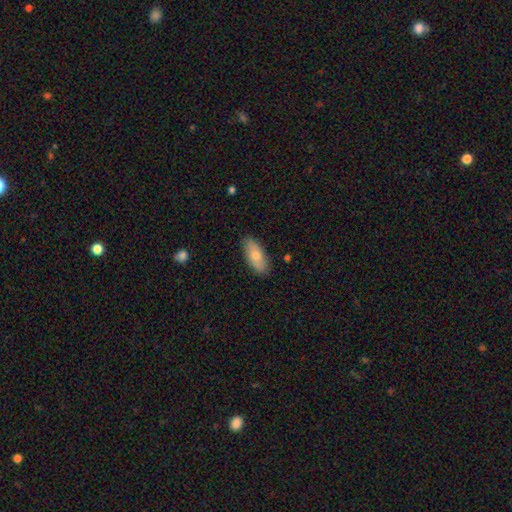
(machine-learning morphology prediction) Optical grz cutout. It shows a smooth galaxy with no disk features (77%) that is in between round and cigar-shaped (84%). Merging: none (86%).